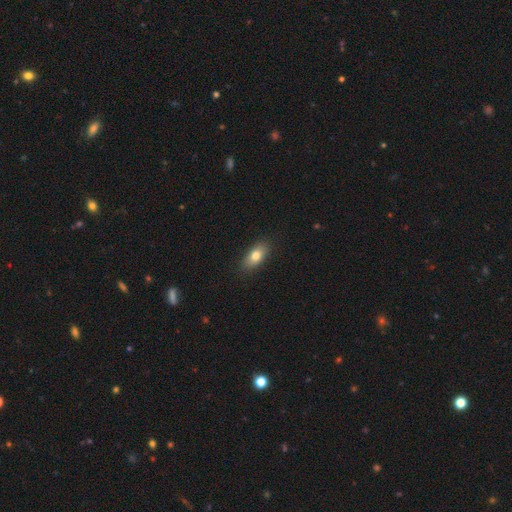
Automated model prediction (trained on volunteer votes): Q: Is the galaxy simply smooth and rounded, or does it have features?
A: smooth — 77%.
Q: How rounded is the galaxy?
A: in between — 84%.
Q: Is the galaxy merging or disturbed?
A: none — 87%.